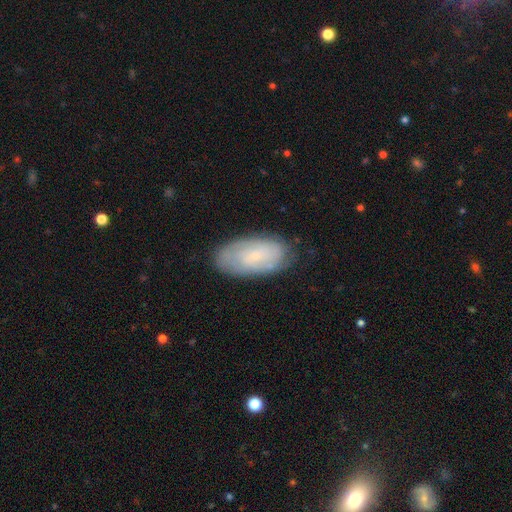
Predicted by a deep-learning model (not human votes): Morphology: type=featured or disk (52%); edge-on=no (93%); merging=none (78%).